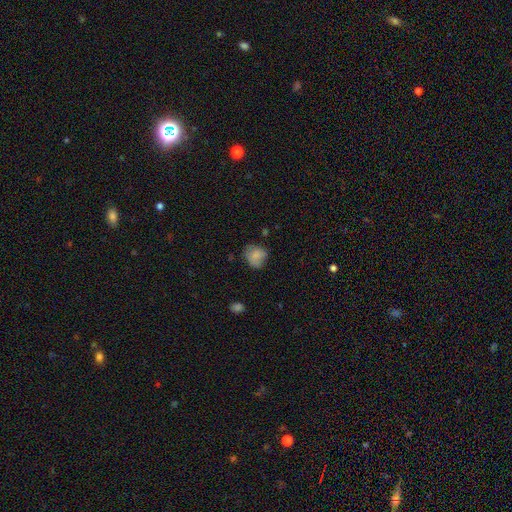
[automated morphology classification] Smooth or featured? smooth (78%)
How rounded? round (70%)
Merging? none (60%)